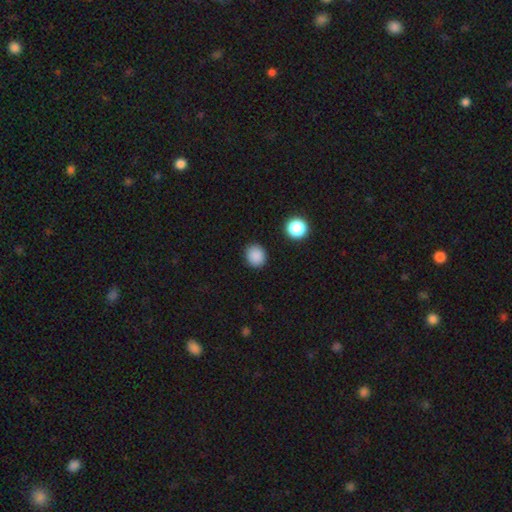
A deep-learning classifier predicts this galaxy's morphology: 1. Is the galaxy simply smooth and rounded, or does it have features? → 87% smooth, 10% star or artifact, 3% featured or disk.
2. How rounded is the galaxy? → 81% round, 18% in between, 1% cigar-shaped.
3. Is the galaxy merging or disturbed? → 89% none, 7% minor disturbance, 2% major disturbance, 2% merger.